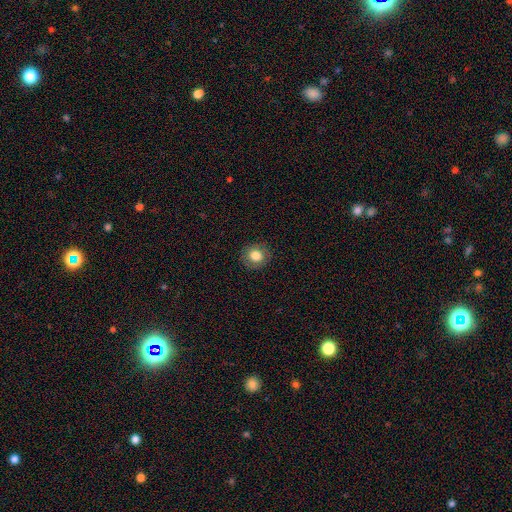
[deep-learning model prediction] This is likely a smooth galaxy (77%). How rounded: clearly round (83%). Merging: clearly none (87%).